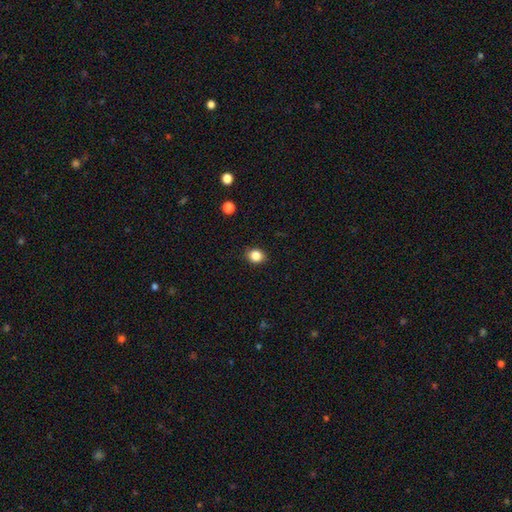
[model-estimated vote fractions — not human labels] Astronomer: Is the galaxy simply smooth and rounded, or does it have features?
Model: smooth — 85%.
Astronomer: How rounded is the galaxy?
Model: round — 62% (runner-up: in between, 37%).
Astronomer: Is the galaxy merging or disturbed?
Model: none — 89%.